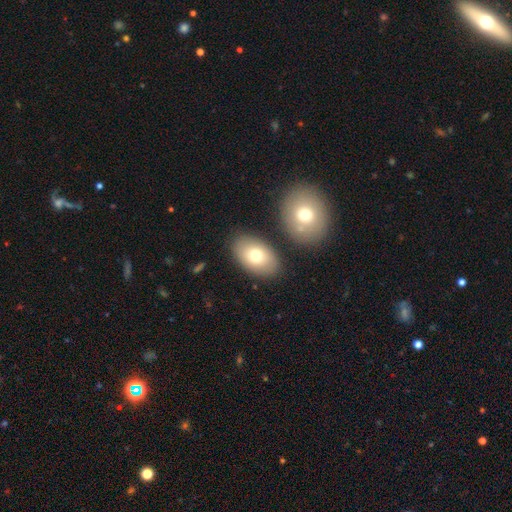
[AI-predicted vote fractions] smooth 73%, featured or disk 19%, star or artifact 7%. Down the decision tree: how rounded — in between (89%); merging — none (79%).